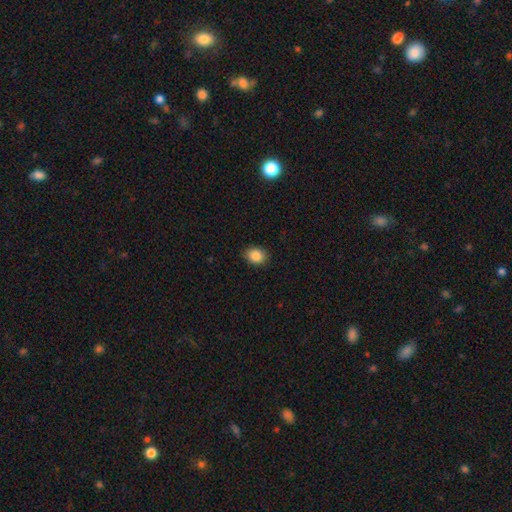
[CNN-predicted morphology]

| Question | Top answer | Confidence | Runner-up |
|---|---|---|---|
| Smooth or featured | smooth | 87% | star or artifact (9%) |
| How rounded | in between | 56% | round (43%) |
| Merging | none | 88% | minor disturbance (9%) |